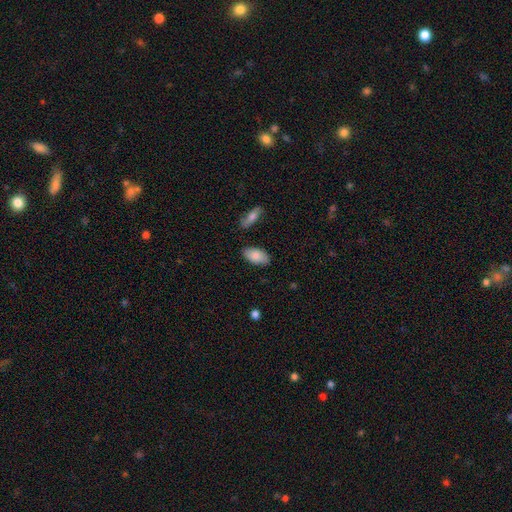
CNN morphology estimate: A smooth galaxy with no disk features (85%) that is in between round and cigar-shaped (94%).

Vote fractions:
- Smooth or featured? smooth: 85% / featured or disk: 9% / star or artifact: 6%
- How rounded? in between: 94% / cigar-shaped: 3% / round: 2%
- Merging? none: 82% / minor disturbance: 13% / major disturbance: 3% / merger: 2%